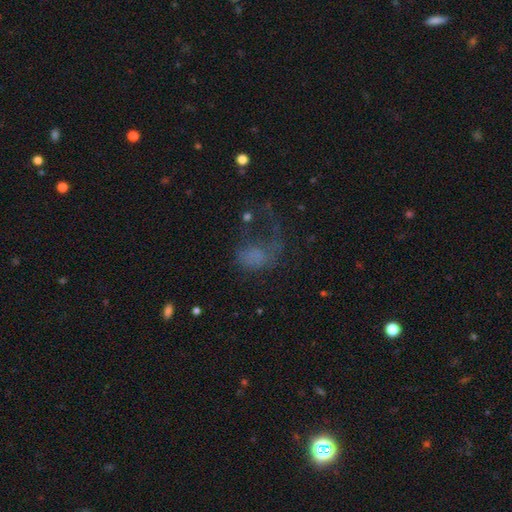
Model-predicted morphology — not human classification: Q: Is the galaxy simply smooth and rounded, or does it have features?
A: smooth — 45%.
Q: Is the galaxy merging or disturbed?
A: major disturbance — 58%.